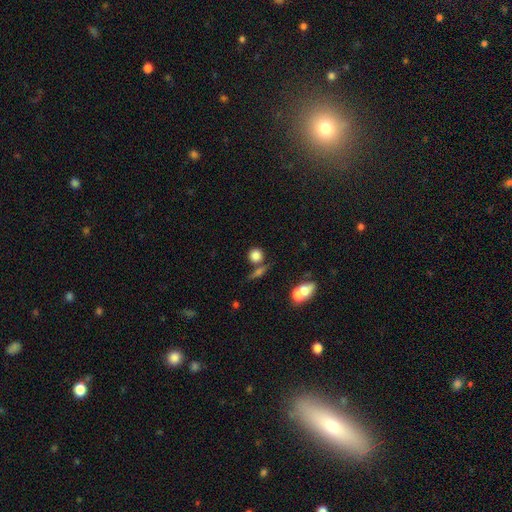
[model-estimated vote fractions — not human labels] Smooth or featured: smooth — 79% (star or artifact — 11%)
How rounded: round — 87% (in between — 10%)
Merging: none — 62% (merger — 22%)